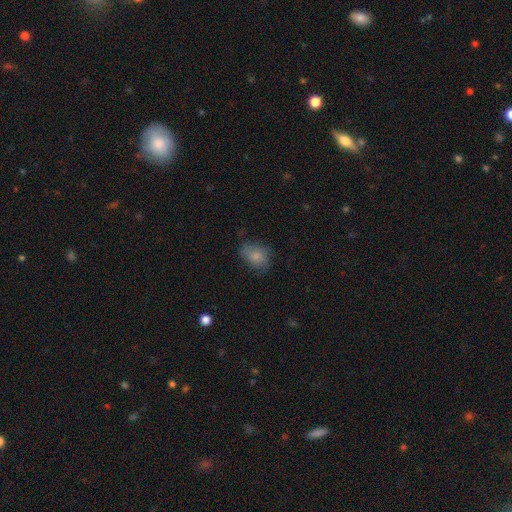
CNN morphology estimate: smooth-or-featured: smooth: 76% | featured or disk: 15% | star or artifact: 9%
  how-rounded: in between: 67% | round: 31% | cigar-shaped: 1%
  merging: none: 61% | minor disturbance: 27% | major disturbance: 11% | merger: 1%